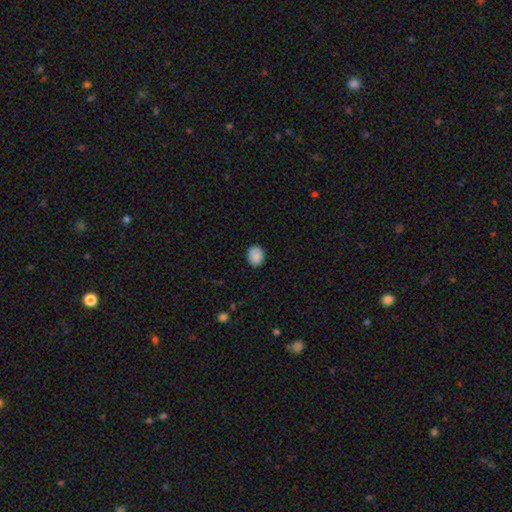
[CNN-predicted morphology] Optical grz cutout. It shows a smooth galaxy with no disk features (87%) that is round (51%). Merging: none (84%).